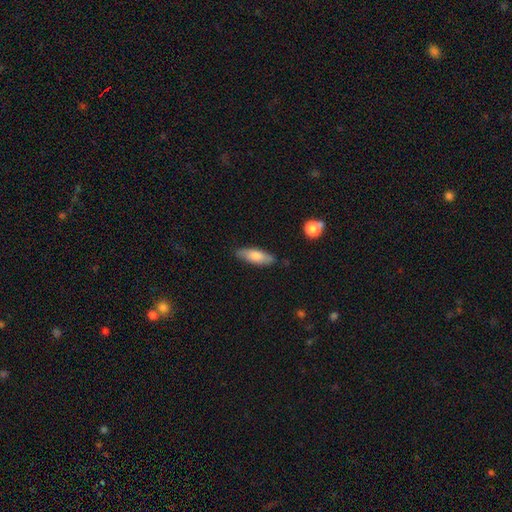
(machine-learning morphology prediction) This appears to be a smooth galaxy with no disk features (72%) that is in between round and cigar-shaped (58%). Merging: none (82%).